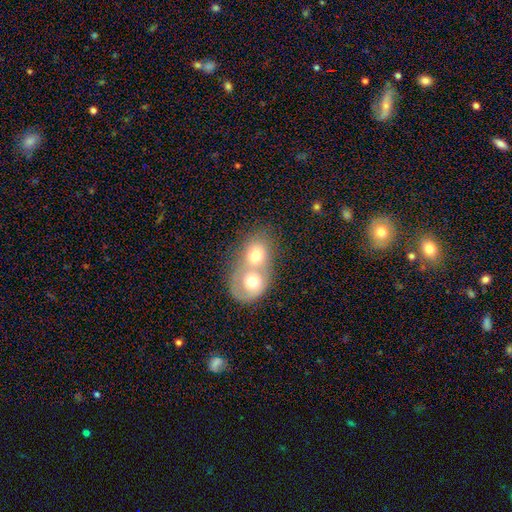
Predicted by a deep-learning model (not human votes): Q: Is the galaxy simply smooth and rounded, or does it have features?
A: smooth — 64%.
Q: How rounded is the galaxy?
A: round — 61%.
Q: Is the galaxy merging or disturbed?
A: merger — 73%.